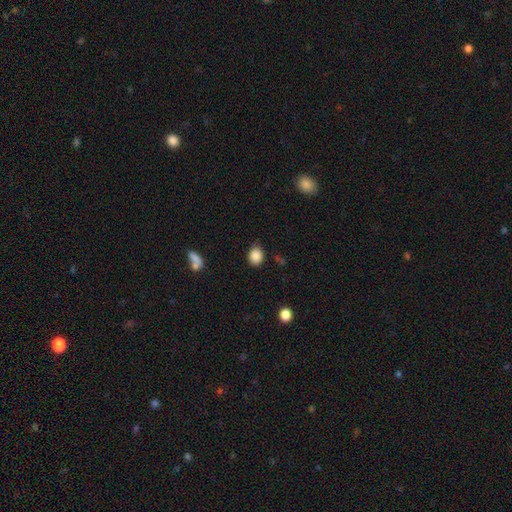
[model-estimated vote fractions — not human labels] smooth-or-featured: smooth: 87% | star or artifact: 9% | featured or disk: 4%
  how-rounded: in between: 52% | round: 47% | cigar-shaped: 1%
  merging: none: 76% | minor disturbance: 18% | major disturbance: 4% | merger: 2%